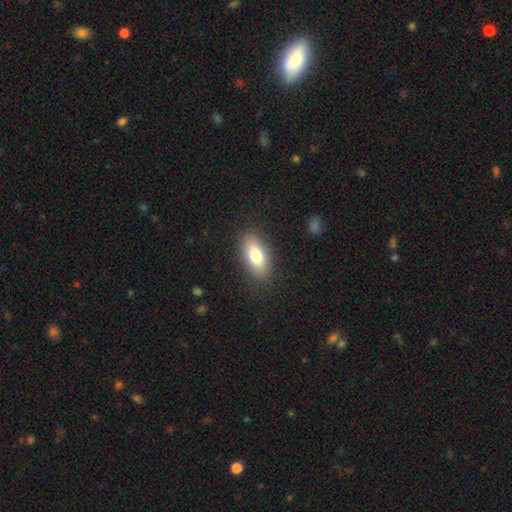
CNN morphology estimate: Smooth or featured: smooth — 77% (featured or disk — 15%)
How rounded: in between — 87% (cigar-shaped — 8%)
Merging: none — 87% (minor disturbance — 9%)